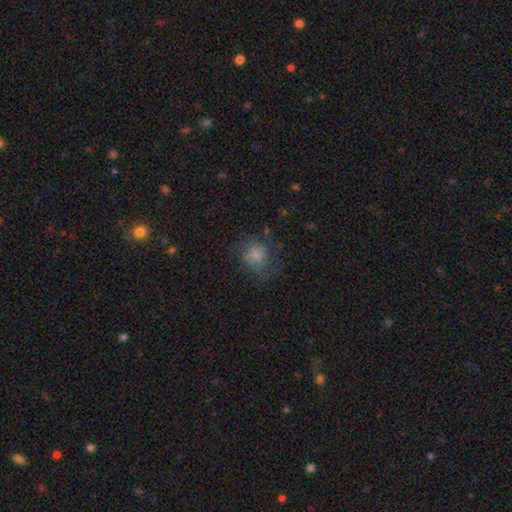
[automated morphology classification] Smooth or featured: smooth — 60% (featured or disk — 24%)
How rounded: round — 78% (in between — 21%)
Merging: none — 63% (minor disturbance — 20%)